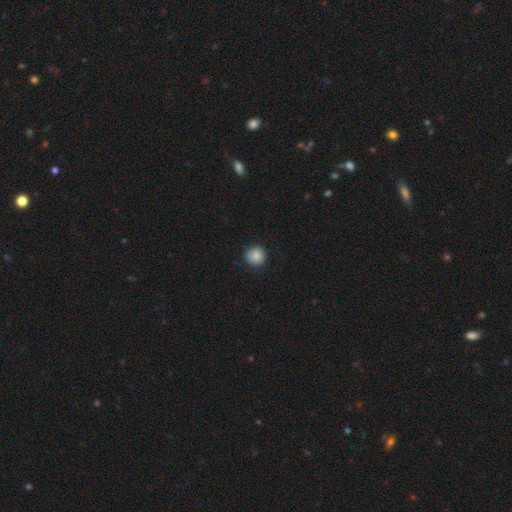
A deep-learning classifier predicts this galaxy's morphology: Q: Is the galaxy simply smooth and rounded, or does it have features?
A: smooth — 87%.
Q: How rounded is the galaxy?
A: round — 94%.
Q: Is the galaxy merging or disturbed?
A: none — 88%.